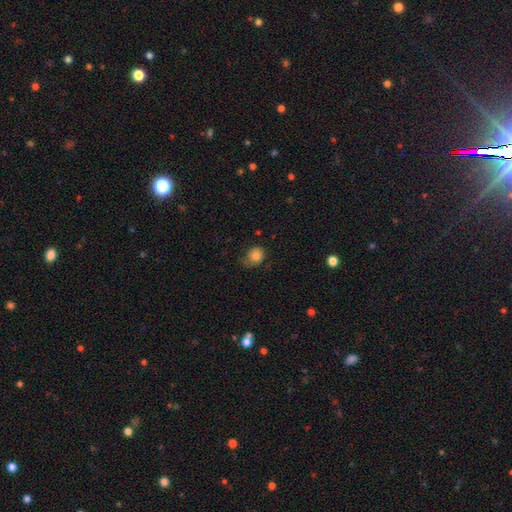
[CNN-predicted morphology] Overall: smooth (79%). How rounded: round (65%; in between 34%). Merging: none (54%; minor disturbance 31%).